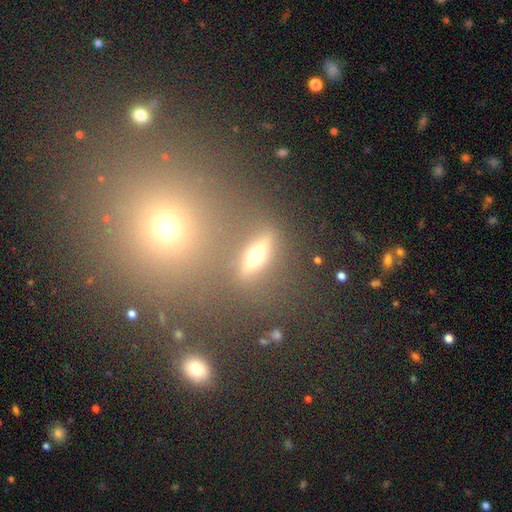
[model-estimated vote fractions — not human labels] This is possibly a featured or disk galaxy (48%). Merging: likely none (79%).